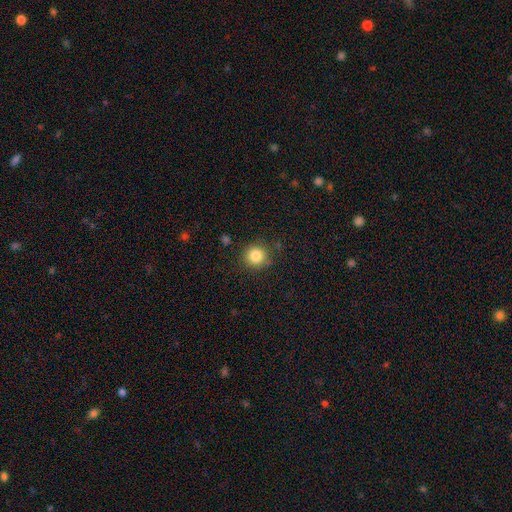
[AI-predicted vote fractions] The model was most divided on "smooth or featured": smooth: 84%, star or artifact: 11%, featured or disk: 5%. More confident: how rounded — round (92%); merging — none (85%).